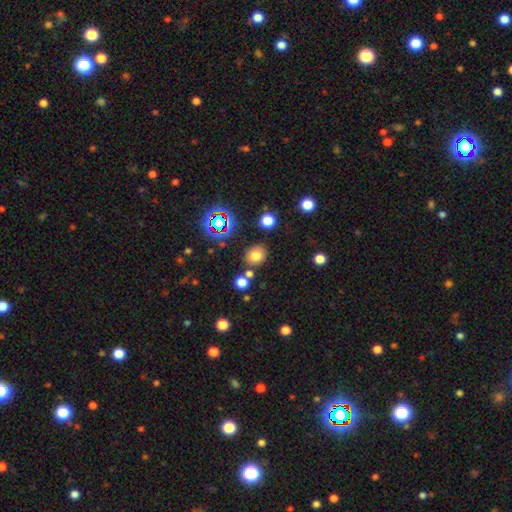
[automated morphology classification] Smooth or featured? smooth (73%)
How rounded? round (60%)
Merging? none (77%)